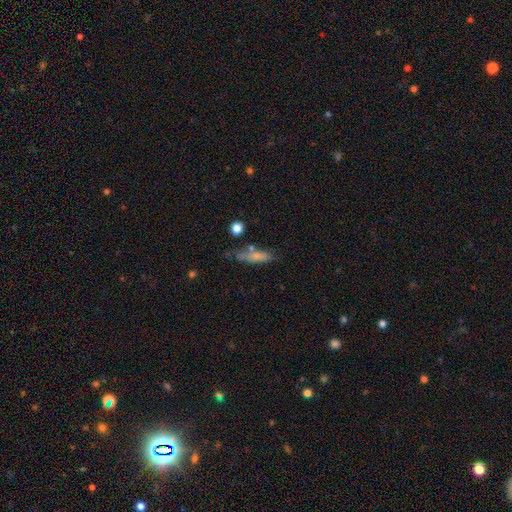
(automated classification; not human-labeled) Smooth or featured? smooth (71%)
How rounded? cigar-shaped (64%)
Merging? none (55%)